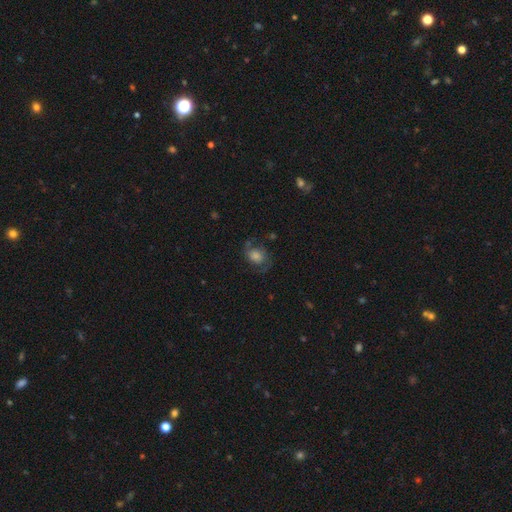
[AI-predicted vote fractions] A featured or disk galaxy (60%) with no bar (70%), 2 (86%) medium (48%) spiral arms (88%) and a moderate central bulge (35%).

Vote fractions:
- Smooth or featured? featured or disk: 60% / smooth: 27% / star or artifact: 13%
- Edge-on disk? no: 97% / yes: 3%
- Bar? no: 70% / weak: 26% / strong: 5%
- Spiral arms? yes: 88% / no: 12%
- Spiral winding? medium: 48% / loose: 31% / tight: 21%
- Spiral arm count? 2: 86% / can't tell: 7% / 1: 3% / 3: 2% / 4: 1% / more than 4: 1%
- Bulge size? moderate: 35% / large: 32% / small: 18% / none: 7% / dominant: 7%
- Merging? none: 68% / minor disturbance: 17% / major disturbance: 12% / merger: 2%